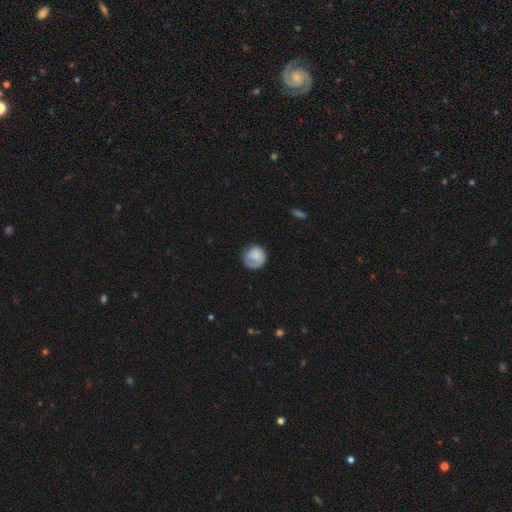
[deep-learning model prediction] smooth-or-featured: smooth: 71% | featured or disk: 23% | star or artifact: 7%
  how-rounded: round: 88% | in between: 11% | cigar-shaped: 1%
  merging: none: 65% | minor disturbance: 23% | major disturbance: 11% | merger: 1%